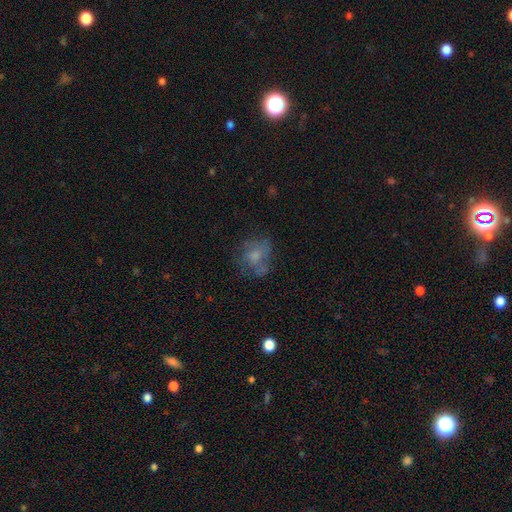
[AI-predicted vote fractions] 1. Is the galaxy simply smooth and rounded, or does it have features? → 51% smooth, 35% featured or disk, 13% star or artifact.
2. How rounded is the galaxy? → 59% round, 40% in between, 1% cigar-shaped.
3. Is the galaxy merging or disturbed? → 48% none, 23% major disturbance, 23% minor disturbance, 6% merger.